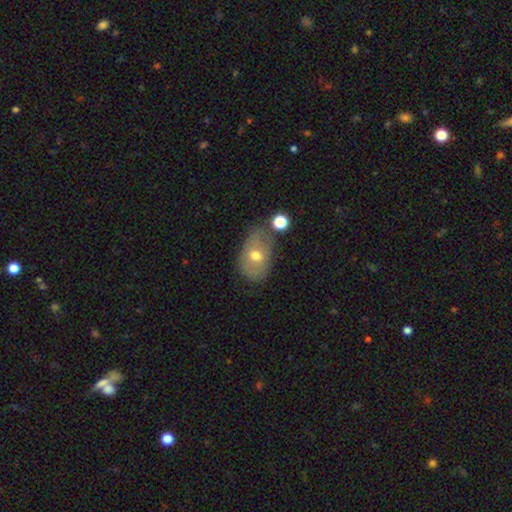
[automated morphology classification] smooth-or-featured: smooth: 59% | featured or disk: 31% | star or artifact: 9%
  how-rounded: in between: 80% | round: 19% | cigar-shaped: 1%
  merging: none: 48% | minor disturbance: 28% | major disturbance: 14% | merger: 11%